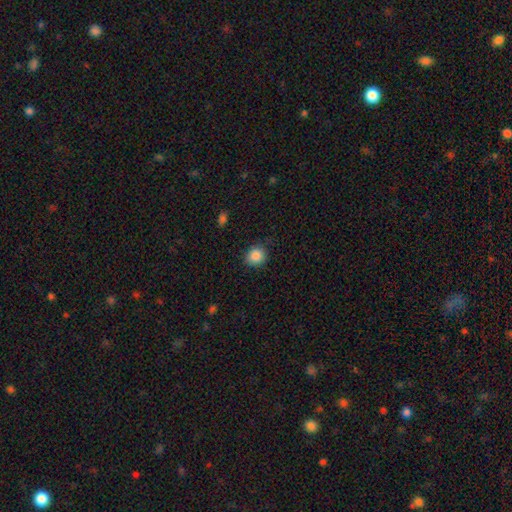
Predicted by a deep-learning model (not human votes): Smooth or featured?
  - smooth: 87% *
  - star or artifact: 9%
  - featured or disk: 4%
How rounded?
  - round: 82% *
  - in between: 17%
  - cigar-shaped: 1%
Merging?
  - none: 85% *
  - minor disturbance: 11%
  - major disturbance: 3%
  - merger: 1%